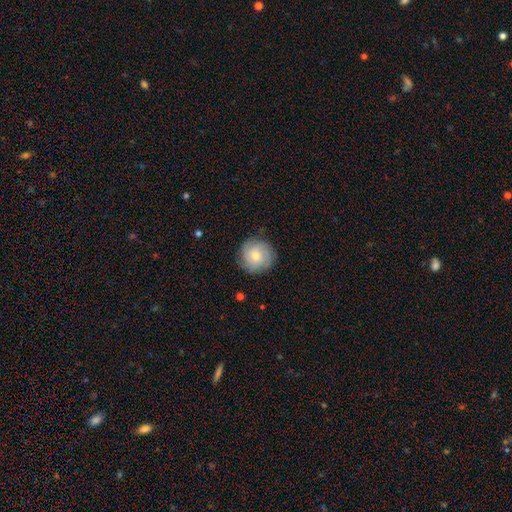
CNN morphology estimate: featured or disk 46%, smooth 45%, star or artifact 9%. Down the decision tree: merging — none (83%).